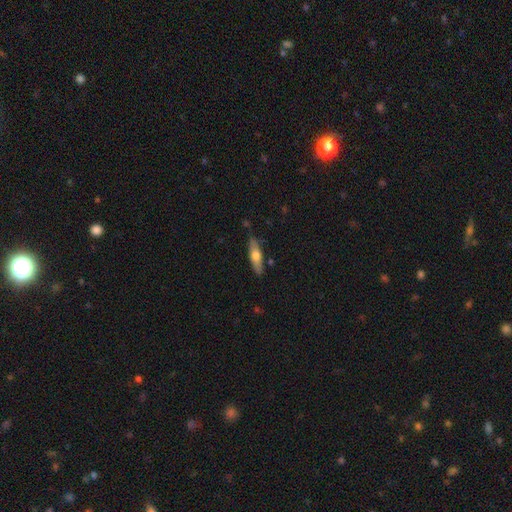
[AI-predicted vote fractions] Overall: smooth (55%; featured or disk 39%). How rounded: cigar-shaped (66%; in between 32%). Merging: none (82%).